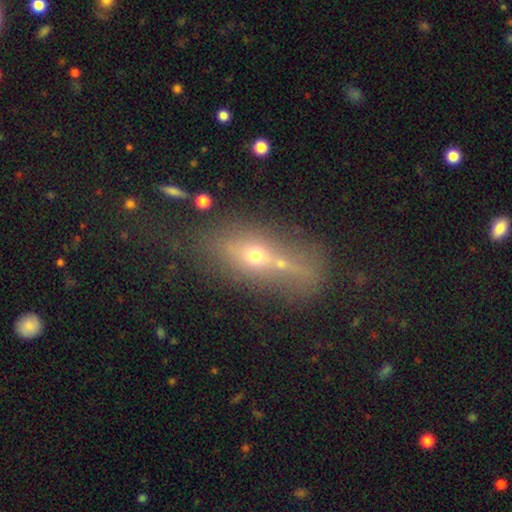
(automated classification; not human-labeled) A smooth galaxy with no disk features (44%).

Vote fractions:
- Smooth or featured? smooth: 44% / featured or disk: 38% / star or artifact: 19%
- Merging? none: 39% / merger: 36% / minor disturbance: 14% / major disturbance: 12%